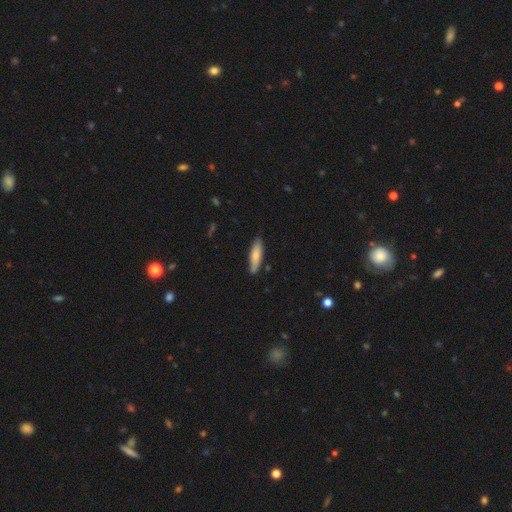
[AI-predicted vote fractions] Smooth or featured: smooth — 75% (featured or disk — 19%)
How rounded: cigar-shaped — 67% (in between — 32%)
Merging: none — 81% (minor disturbance — 15%)